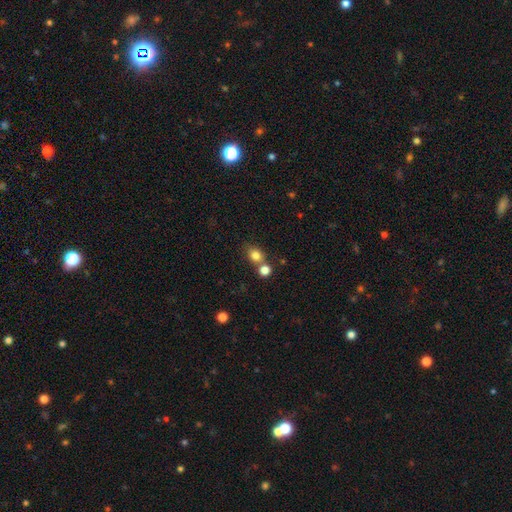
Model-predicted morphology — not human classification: This is clearly a smooth galaxy (81%). How rounded: likely round (64%). Merging: possibly none (55%).